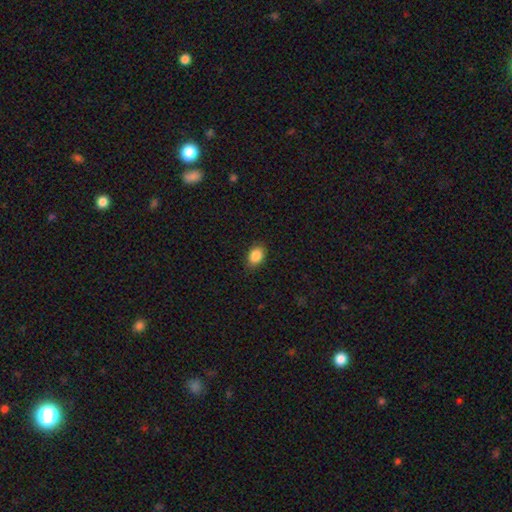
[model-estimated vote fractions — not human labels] The model was most divided on "how rounded": in between: 77%, round: 22%, cigar-shaped: 1%. More confident: smooth or featured — smooth (87%); merging — none (86%).